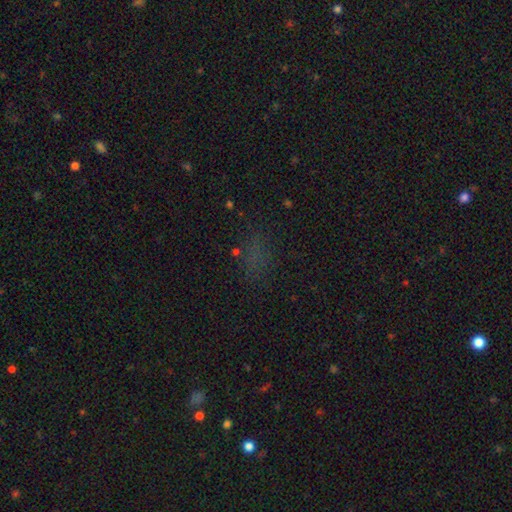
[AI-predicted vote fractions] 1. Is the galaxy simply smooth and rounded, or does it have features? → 46% smooth, 43% star or artifact, 12% featured or disk.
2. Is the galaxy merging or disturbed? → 71% none, 15% minor disturbance, 11% major disturbance, 4% merger.